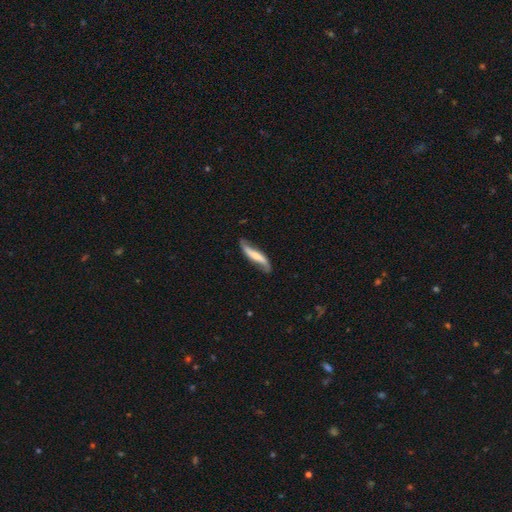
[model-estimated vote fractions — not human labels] smooth-or-featured: featured or disk: 65% | smooth: 29% | star or artifact: 5%
  disk-edge-on: no: 73% | yes: 27%
  merging: none: 67% | minor disturbance: 23% | major disturbance: 8% | merger: 3%